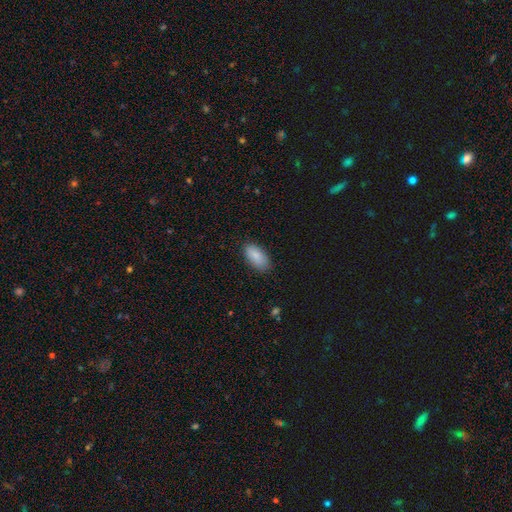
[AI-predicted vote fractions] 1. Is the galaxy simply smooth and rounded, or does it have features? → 88% smooth, 6% star or artifact, 5% featured or disk.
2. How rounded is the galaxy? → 92% in between, 6% cigar-shaped, 2% round.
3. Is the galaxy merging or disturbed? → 83% none, 13% minor disturbance, 3% major disturbance, 1% merger.